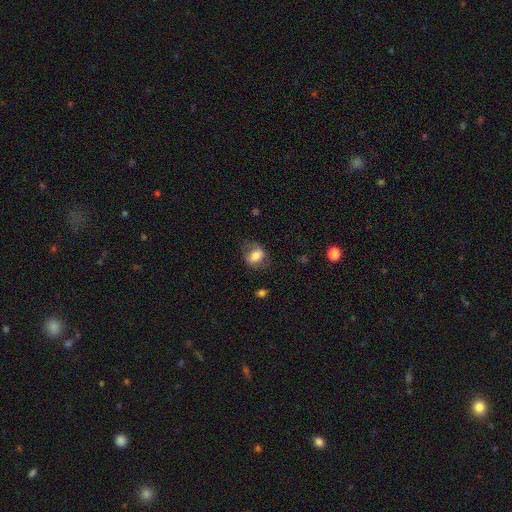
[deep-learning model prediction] Smooth or featured: smooth — 73% (featured or disk — 19%)
How rounded: in between — 64% (round — 34%)
Merging: none — 67% (minor disturbance — 20%)